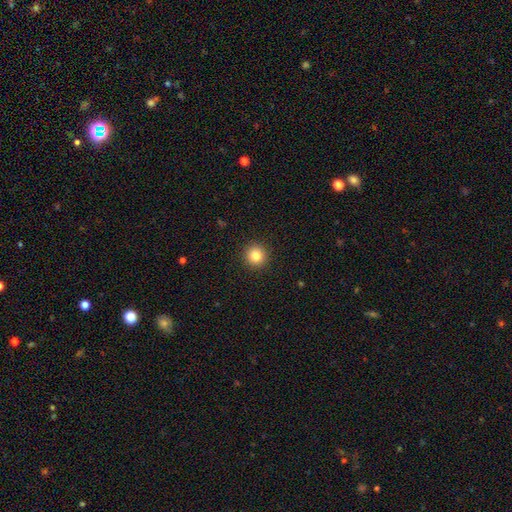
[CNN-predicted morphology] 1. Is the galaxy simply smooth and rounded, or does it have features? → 83% smooth, 11% star or artifact, 6% featured or disk.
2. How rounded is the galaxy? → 95% round, 4% in between, 1% cigar-shaped.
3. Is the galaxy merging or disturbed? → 93% none, 5% minor disturbance, 2% major disturbance, 1% merger.